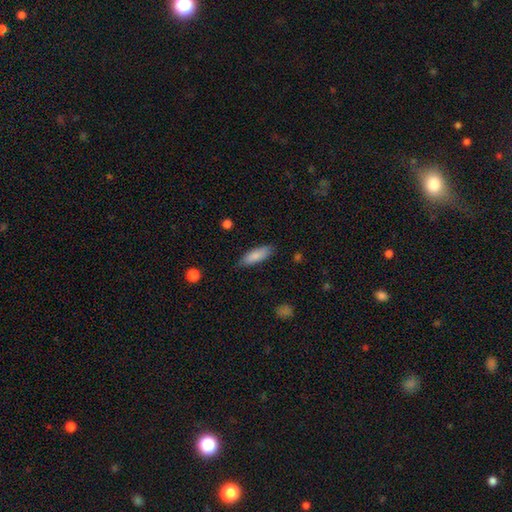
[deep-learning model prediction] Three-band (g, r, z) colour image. It shows a smooth galaxy with no disk features (85%) that is in between round and cigar-shaped (61%). Merging: none (81%).